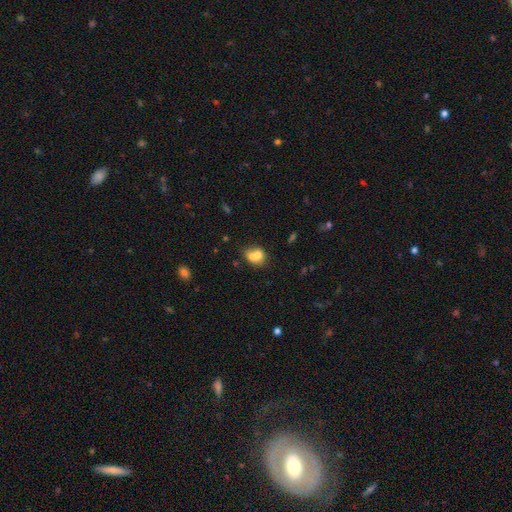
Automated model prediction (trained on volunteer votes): smooth_or_featured: smooth (p=0.69) [alt: featured or disk p=0.21]
how_rounded: round (p=0.60) [alt: in between p=0.39]
merging: merger (p=0.60) [alt: none p=0.27]